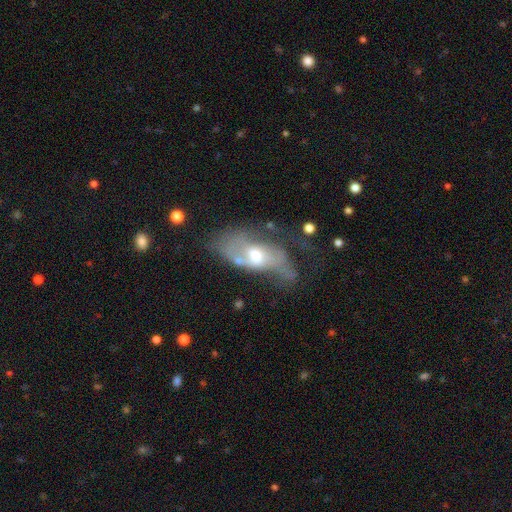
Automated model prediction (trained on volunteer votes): A featured or disk galaxy (60%) with no bar (55%), spiral arms (54%) and a moderate central bulge (63%).

Vote fractions:
- Smooth or featured? featured or disk: 60% / smooth: 32% / star or artifact: 8%
- Edge-on disk? no: 90% / yes: 10%
- Bar? no: 55% / weak: 35% / strong: 10%
- Spiral arms? yes: 54% / no: 46%
- Bulge size? moderate: 63% / small: 25% / large: 9% / none: 2% / dominant: 1%
- Merging? major disturbance: 38% / none: 27% / minor disturbance: 23% / merger: 11%